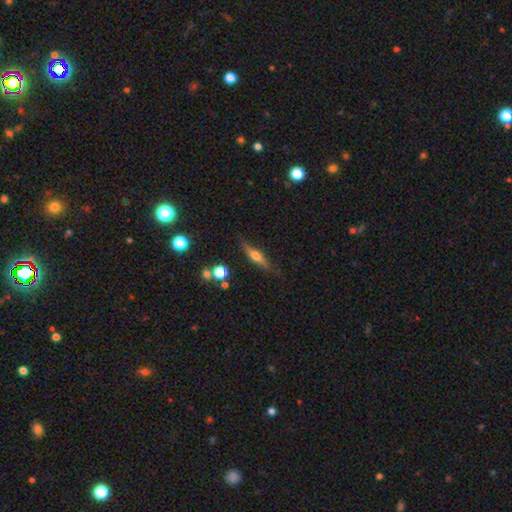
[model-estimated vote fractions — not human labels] A featured or disk galaxy (61%) viewed edge-on (93%) with a rounded central bulge (90%).

Vote fractions:
- Smooth or featured? featured or disk: 61% / smooth: 32% / star or artifact: 7%
- Edge-on disk? yes: 93% / no: 7%
- Edge-on bulge? rounded: 90% / boxy: 5% / none: 4%
- Merging? none: 78% / minor disturbance: 16% / major disturbance: 4% / merger: 3%